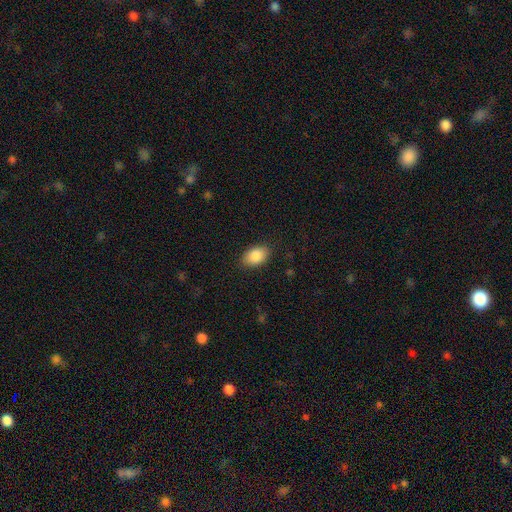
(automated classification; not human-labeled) This appears to be a smooth galaxy with no disk features (88%) that is in between round and cigar-shaped (88%). Merging: none (86%).